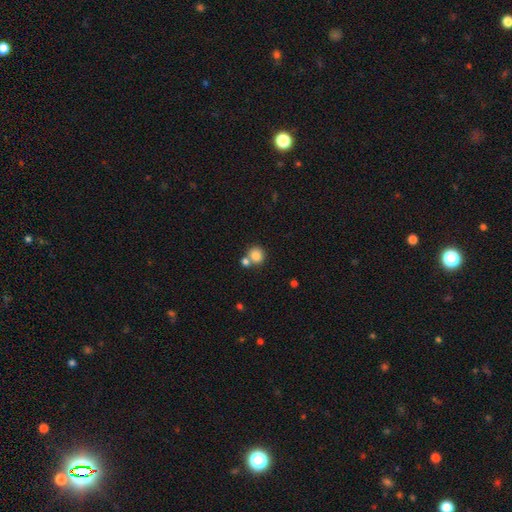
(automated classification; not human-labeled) smooth 83%, star or artifact 10%, featured or disk 7%. Down the decision tree: how rounded — round (85%); merging — none (57%).